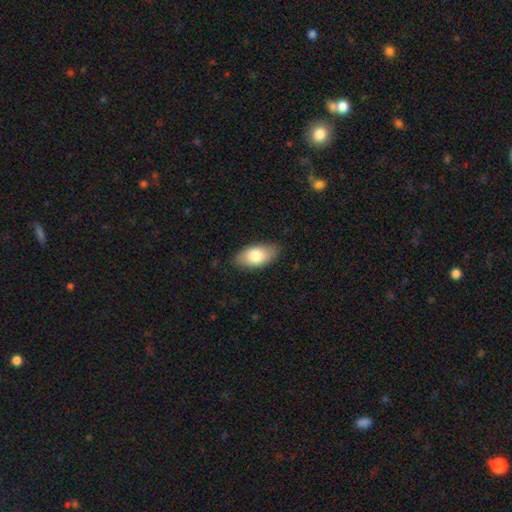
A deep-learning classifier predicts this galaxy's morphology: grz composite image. It shows a smooth galaxy with no disk features (81%) that is in between round and cigar-shaped (93%). Merging: none (84%).